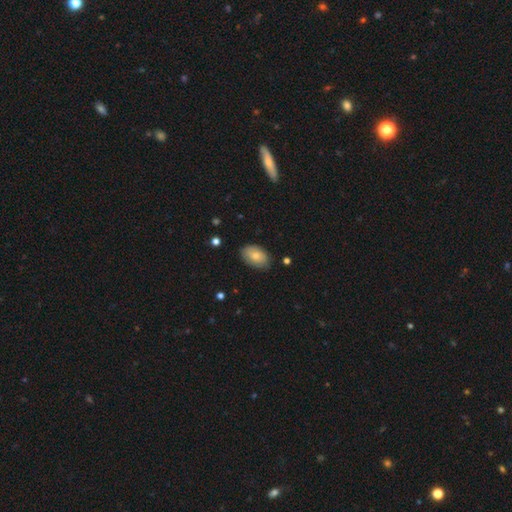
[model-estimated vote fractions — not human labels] A smooth galaxy with no disk features (76%) that is in between round and cigar-shaped (90%).

Vote fractions:
- Smooth or featured? smooth: 76% / featured or disk: 18% / star or artifact: 7%
- How rounded? in between: 90% / round: 9% / cigar-shaped: 1%
- Merging? none: 80% / minor disturbance: 16% / major disturbance: 3% / merger: 1%